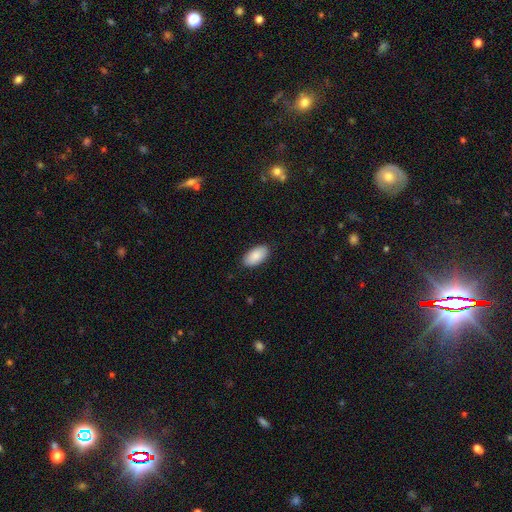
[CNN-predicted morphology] Smooth or featured: smooth — 89% (star or artifact — 6%)
How rounded: in between — 96% (round — 2%)
Merging: none — 88% (minor disturbance — 9%)